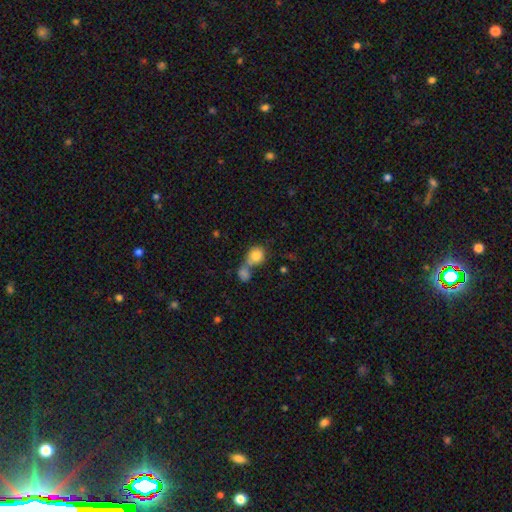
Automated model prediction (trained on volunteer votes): smooth_or_featured: smooth (p=0.82) [alt: featured or disk p=0.09]
how_rounded: round (p=0.79) [alt: in between p=0.20]
merging: merger (p=0.54) [alt: none p=0.33]